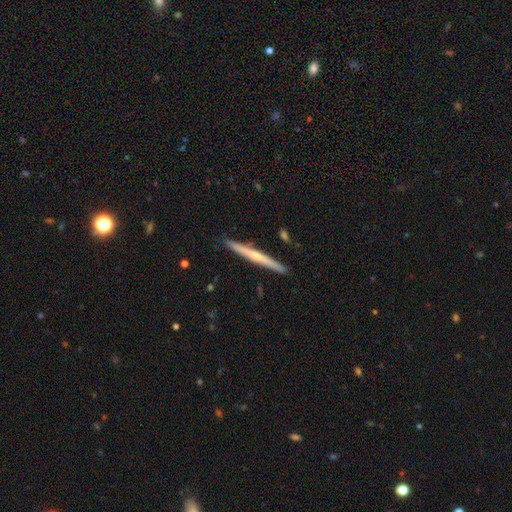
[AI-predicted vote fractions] Q: Smooth or featured?
A: featured or disk (59%); runner-up: smooth (35%)
Q: Edge-on disk?
A: yes (97%); runner-up: no (3%)
Q: Edge-on bulge?
A: rounded (53%); runner-up: none (42%)
Q: Merging?
A: none (91%); runner-up: minor disturbance (7%)